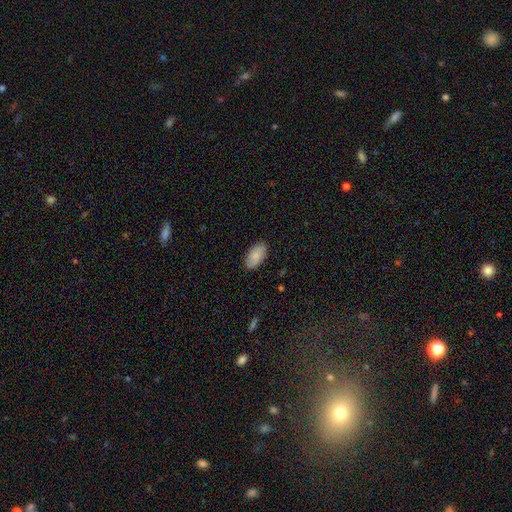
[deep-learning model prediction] Smooth or featured?
  - smooth: 86% *
  - featured or disk: 8%
  - star or artifact: 6%
How rounded?
  - in between: 95% *
  - round: 3%
  - cigar-shaped: 2%
Merging?
  - none: 87% *
  - minor disturbance: 10%
  - major disturbance: 2%
  - merger: 1%